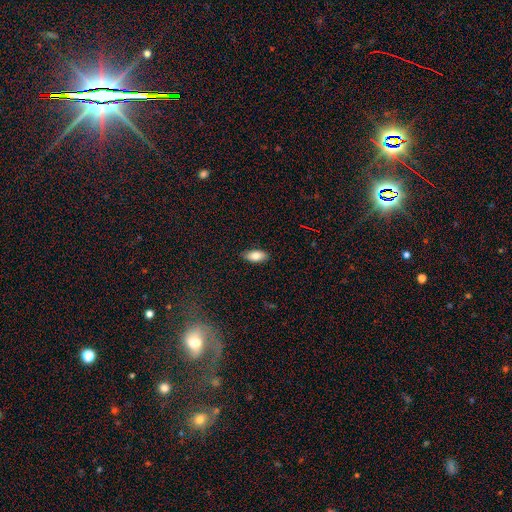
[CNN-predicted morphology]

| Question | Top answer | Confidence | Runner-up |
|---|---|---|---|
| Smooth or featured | smooth | 82% | featured or disk (11%) |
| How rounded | in between | 90% | cigar-shaped (7%) |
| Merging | none | 87% | minor disturbance (10%) |